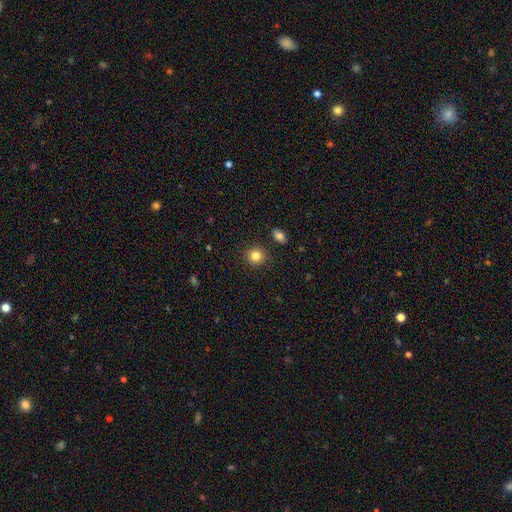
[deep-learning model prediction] Smooth or featured: smooth — 83% (star or artifact — 11%)
How rounded: round — 88% (in between — 11%)
Merging: none — 89% (minor disturbance — 6%)